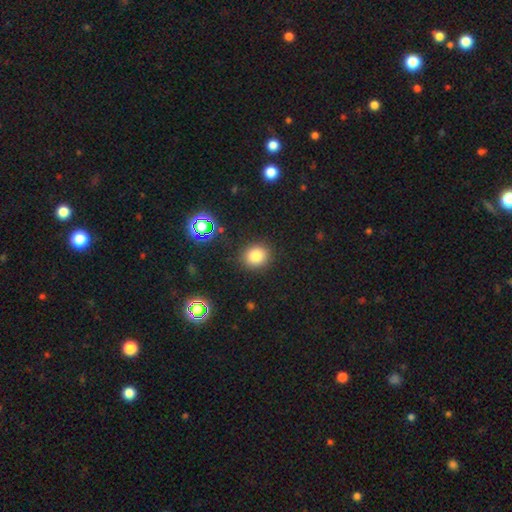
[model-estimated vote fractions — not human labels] Smooth or featured?
  - smooth: 79% *
  - star or artifact: 16%
  - featured or disk: 6%
How rounded?
  - round: 79% *
  - in between: 20%
  - cigar-shaped: 1%
Merging?
  - none: 88% *
  - minor disturbance: 7%
  - major disturbance: 3%
  - merger: 2%